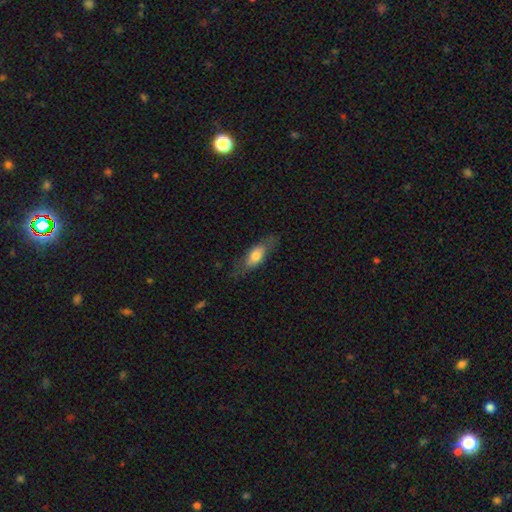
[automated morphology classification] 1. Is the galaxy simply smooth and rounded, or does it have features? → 65% smooth, 28% featured or disk, 7% star or artifact.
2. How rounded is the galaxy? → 67% in between, 29% cigar-shaped, 4% round.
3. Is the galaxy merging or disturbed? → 69% none, 21% minor disturbance, 9% major disturbance, 1% merger.